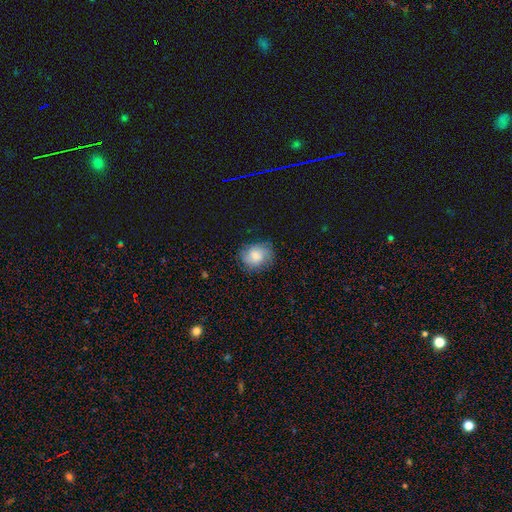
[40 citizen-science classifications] Smooth or featured?
  - smooth: 65% *
  - featured or disk: 22%
  - star or artifact: 12%
How rounded?
  - round: 62% *
  - in between: 38%
  - cigar-shaped: 0%
Merging?
  - none: 69% *
  - minor disturbance: 23%
  - major disturbance: 9%
  - merger: 0%